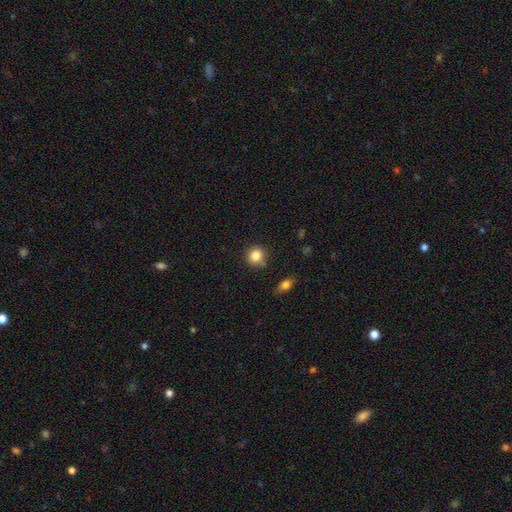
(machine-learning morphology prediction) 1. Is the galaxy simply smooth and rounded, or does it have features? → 84% smooth, 10% star or artifact, 6% featured or disk.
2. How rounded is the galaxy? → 90% round, 9% in between, 1% cigar-shaped.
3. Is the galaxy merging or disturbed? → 83% none, 9% minor disturbance, 5% merger, 3% major disturbance.